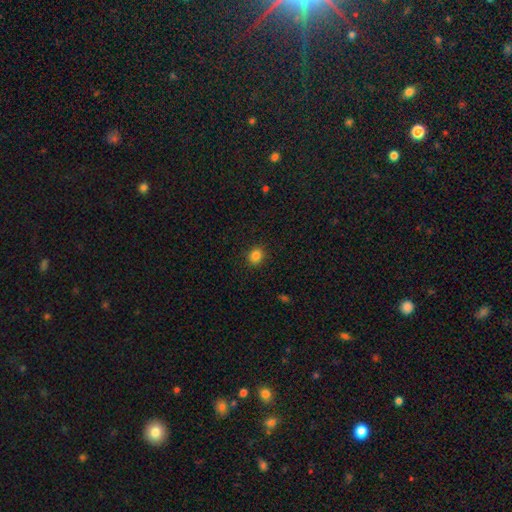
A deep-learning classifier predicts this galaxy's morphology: Smooth or featured: smooth — 84% (star or artifact — 12%)
How rounded: round — 77% (in between — 22%)
Merging: none — 90% (minor disturbance — 7%)